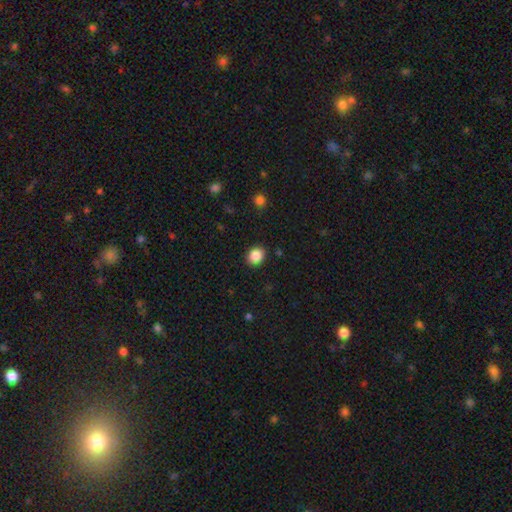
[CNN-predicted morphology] A smooth galaxy with no disk features (87%) that is round (62%).

Vote fractions:
- Smooth or featured? smooth: 87% / star or artifact: 9% / featured or disk: 3%
- How rounded? round: 62% / in between: 38% / cigar-shaped: 1%
- Merging? none: 90% / minor disturbance: 7% / major disturbance: 2% / merger: 1%